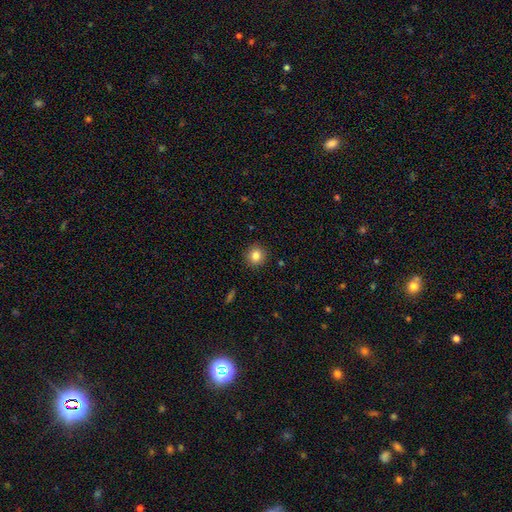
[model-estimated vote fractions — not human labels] This appears to be a smooth galaxy with no disk features (83%) that is round (90%). Merging: none (91%).